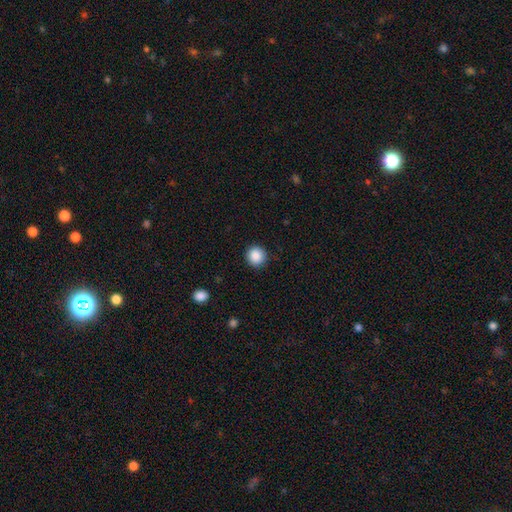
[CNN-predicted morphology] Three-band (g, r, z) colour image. It shows a smooth galaxy with no disk features (88%) that is round (94%). Merging: none (91%).